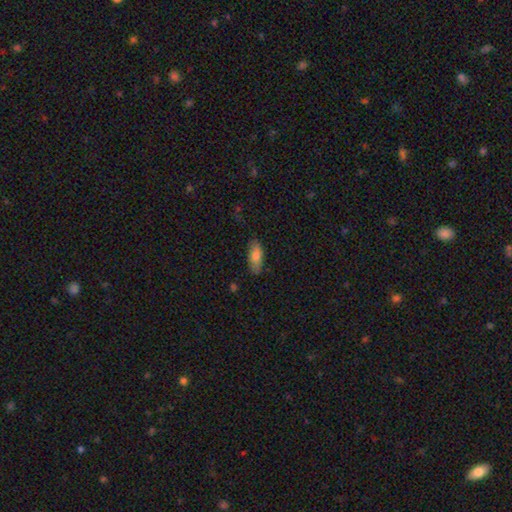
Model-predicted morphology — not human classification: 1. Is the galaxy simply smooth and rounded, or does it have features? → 79% smooth, 15% featured or disk, 7% star or artifact.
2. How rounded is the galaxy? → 77% in between, 21% cigar-shaped, 2% round.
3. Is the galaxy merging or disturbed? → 82% none, 14% minor disturbance, 3% major disturbance, 1% merger.